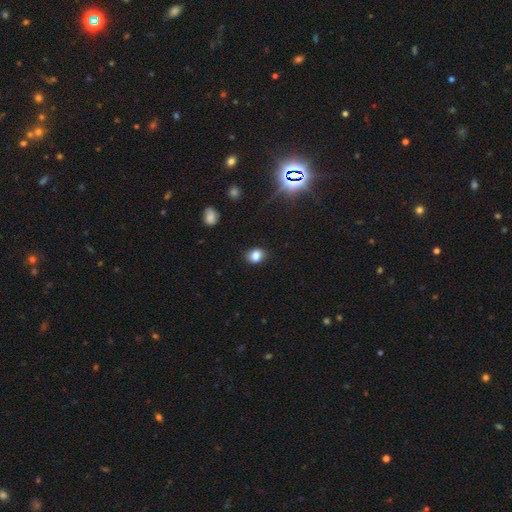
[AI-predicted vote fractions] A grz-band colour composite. It shows a smooth galaxy with no disk features (82%) that is round (50%). Merging: none (83%).